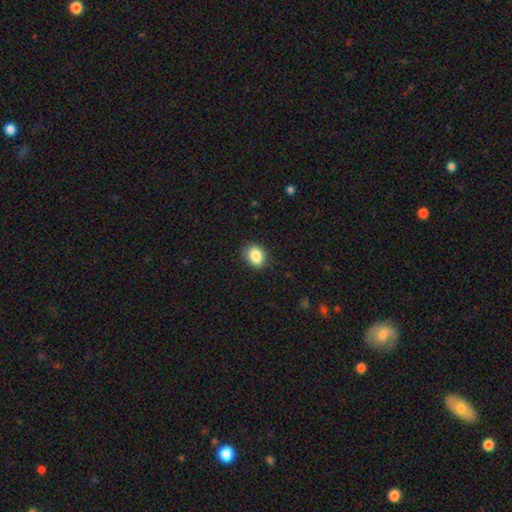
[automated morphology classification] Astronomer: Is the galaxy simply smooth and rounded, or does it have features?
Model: smooth — 88%.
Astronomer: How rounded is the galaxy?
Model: in between — 64%.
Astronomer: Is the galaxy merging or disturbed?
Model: none — 86%.